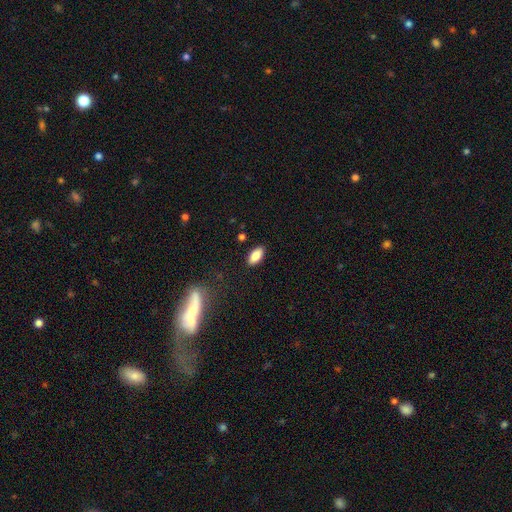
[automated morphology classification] Q: Smooth or featured?
A: smooth (84%); runner-up: featured or disk (8%)
Q: How rounded?
A: in between (90%); runner-up: cigar-shaped (7%)
Q: Merging?
A: none (88%); runner-up: minor disturbance (9%)